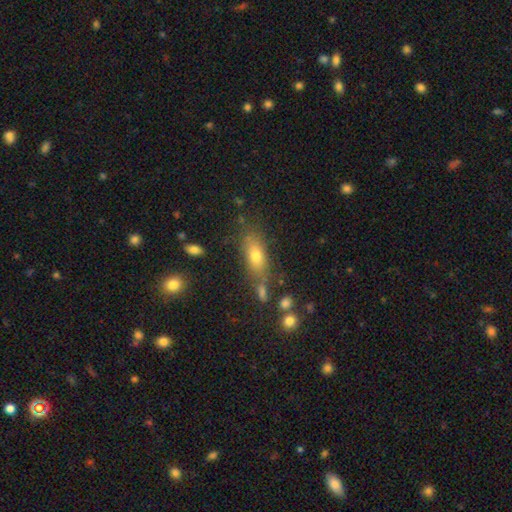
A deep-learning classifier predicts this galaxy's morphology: Smooth or featured?
  - smooth: 72% *
  - featured or disk: 16%
  - star or artifact: 11%
How rounded?
  - in between: 76% *
  - cigar-shaped: 17%
  - round: 7%
Merging?
  - none: 68% *
  - minor disturbance: 16%
  - merger: 10%
  - major disturbance: 6%